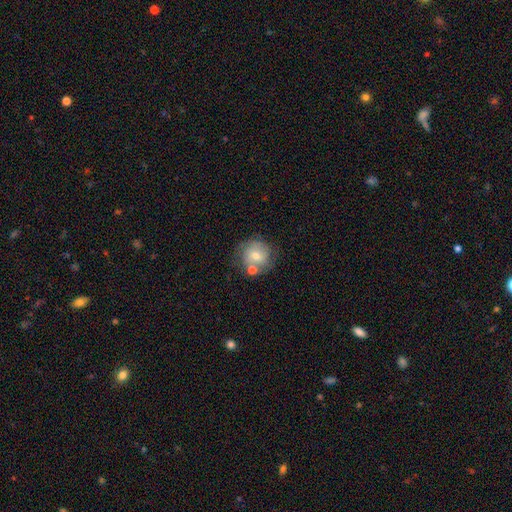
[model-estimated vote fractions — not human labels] A smooth galaxy with no disk features (49%).

Vote fractions:
- Smooth or featured? smooth: 49% / featured or disk: 42% / star or artifact: 9%
- Merging? none: 60% / merger: 18% / minor disturbance: 16% / major disturbance: 6%